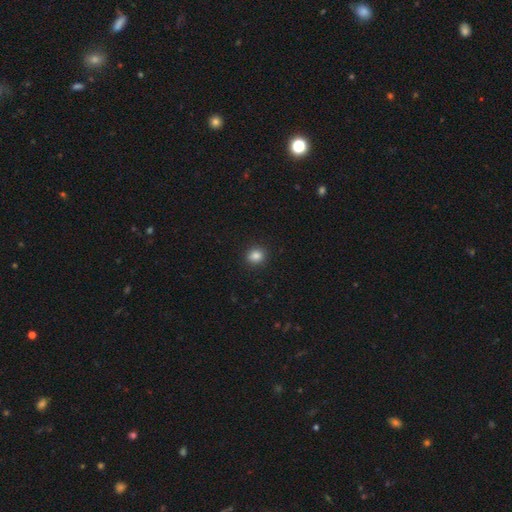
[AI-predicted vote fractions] Morphology: type=smooth (85%); roundness=round (76%); merging=none (91%).